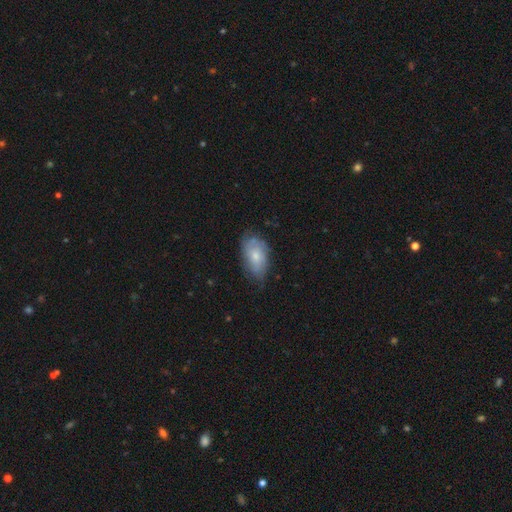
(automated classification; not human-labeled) Smooth or featured? Predicted: smooth (p=0.49). Merging? Predicted: none (p=0.59).